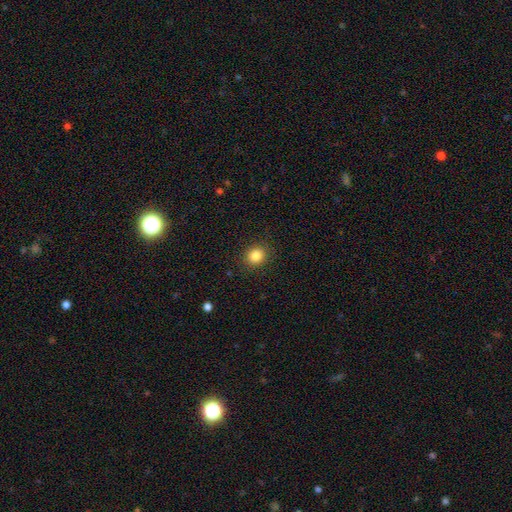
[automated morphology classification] type=smooth (85%); roundness=round (76%); merging=none (89%).